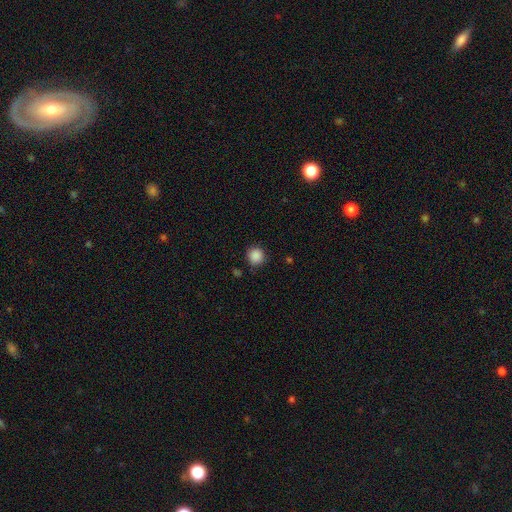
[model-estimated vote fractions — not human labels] Morphology: type=smooth (88%); roundness=round (93%); merging=none (85%).